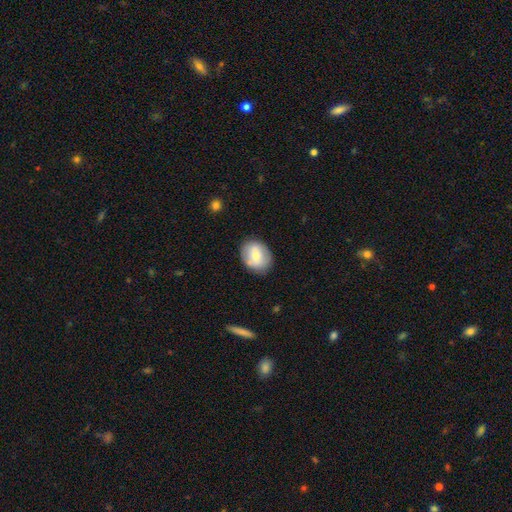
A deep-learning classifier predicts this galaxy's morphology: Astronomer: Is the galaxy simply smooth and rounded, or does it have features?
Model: smooth — 63%.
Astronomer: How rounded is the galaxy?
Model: in between — 52% (runner-up: round, 48%).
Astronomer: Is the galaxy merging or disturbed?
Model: none — 82%.